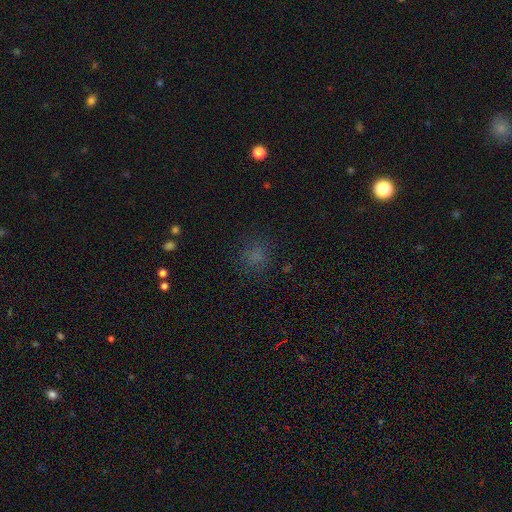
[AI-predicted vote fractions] Smooth or featured? Predicted: smooth (p=0.69). How rounded? Predicted: round (p=0.82). Merging? Predicted: none (p=0.81).